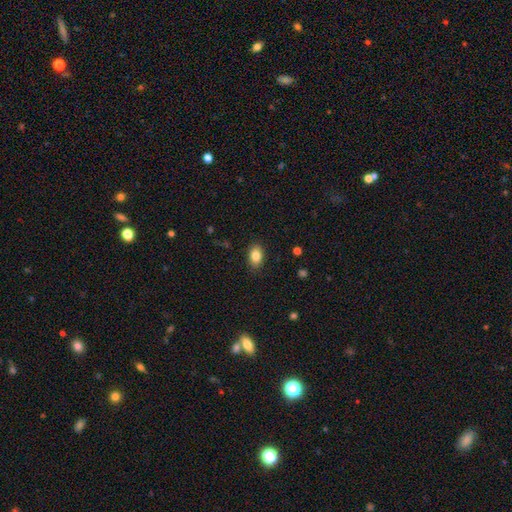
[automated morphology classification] smooth 85%, star or artifact 8%, featured or disk 7%. Down the decision tree: how rounded — in between (85%); merging — none (88%).